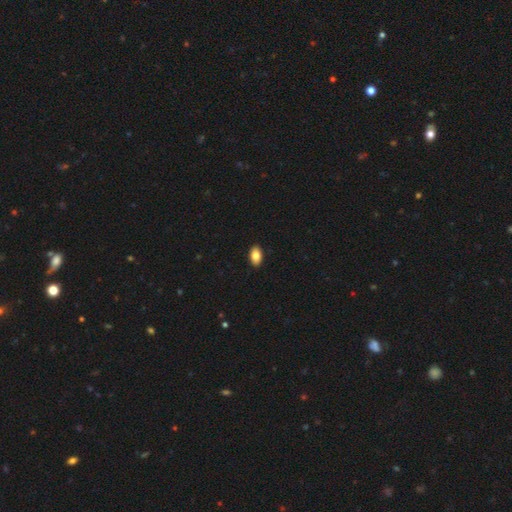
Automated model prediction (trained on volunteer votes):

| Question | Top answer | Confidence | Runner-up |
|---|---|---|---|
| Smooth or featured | smooth | 84% | featured or disk (9%) |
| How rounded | in between | 93% | round (6%) |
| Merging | none | 91% | minor disturbance (6%) |